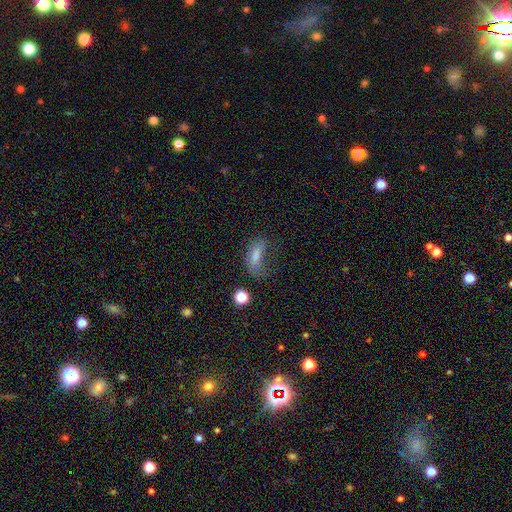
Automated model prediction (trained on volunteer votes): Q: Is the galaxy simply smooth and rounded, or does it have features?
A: smooth — 59%.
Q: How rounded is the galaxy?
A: in between — 71%.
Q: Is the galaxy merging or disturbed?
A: major disturbance — 40%.